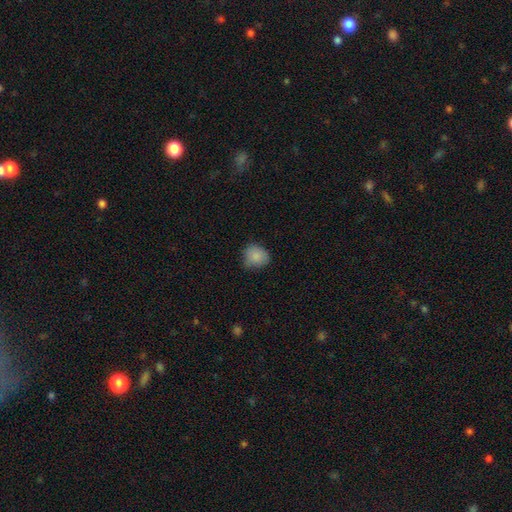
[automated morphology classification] Overall: smooth (86%). How rounded: round (73%). Merging: none (68%).